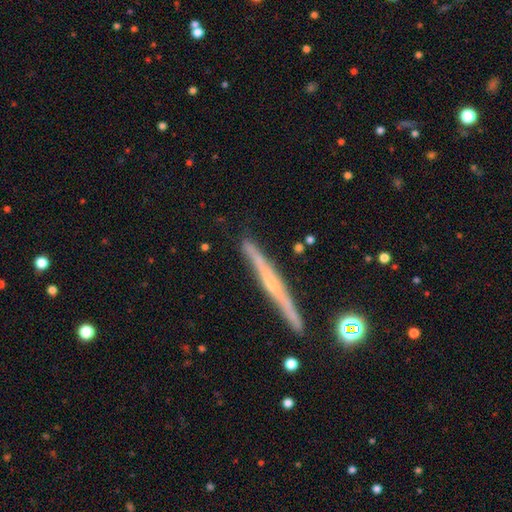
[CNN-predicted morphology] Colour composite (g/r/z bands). It shows a featured or disk galaxy (65%) viewed edge-on (95%) with no central bulge (52%). Merging: none (82%).